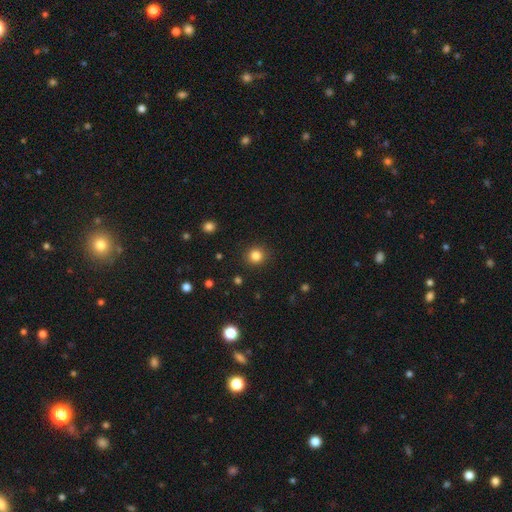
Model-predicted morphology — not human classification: Overall: smooth (84%). How rounded: round (92%). Merging: none (91%).